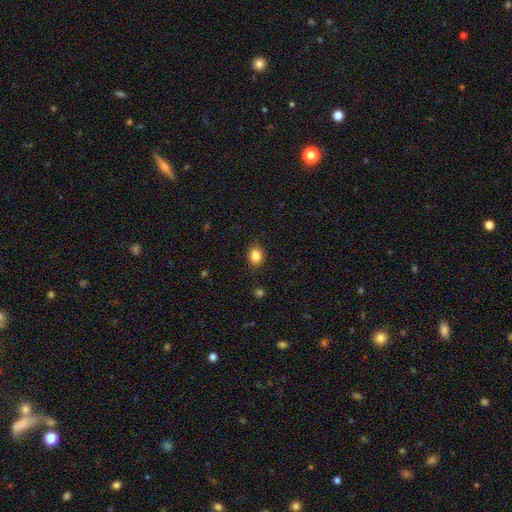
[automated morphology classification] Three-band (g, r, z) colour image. It shows a smooth galaxy with no disk features (85%) that is round (53%). Merging: none (88%).